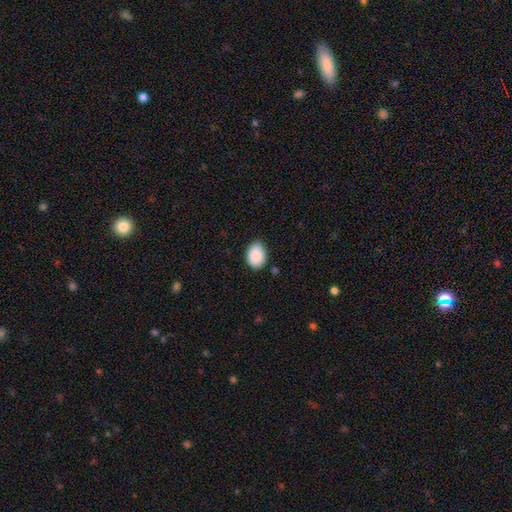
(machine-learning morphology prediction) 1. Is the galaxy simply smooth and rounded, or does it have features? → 89% smooth, 7% star or artifact, 4% featured or disk.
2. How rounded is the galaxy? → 78% in between, 21% round, 1% cigar-shaped.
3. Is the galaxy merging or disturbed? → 76% none, 19% minor disturbance, 3% major disturbance, 2% merger.